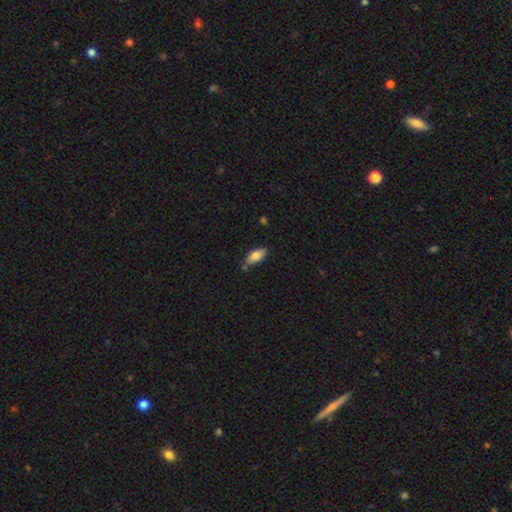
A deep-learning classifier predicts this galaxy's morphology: smooth 79%, featured or disk 14%, star or artifact 7%. Down the decision tree: how rounded — in between (84%); merging — none (68%).